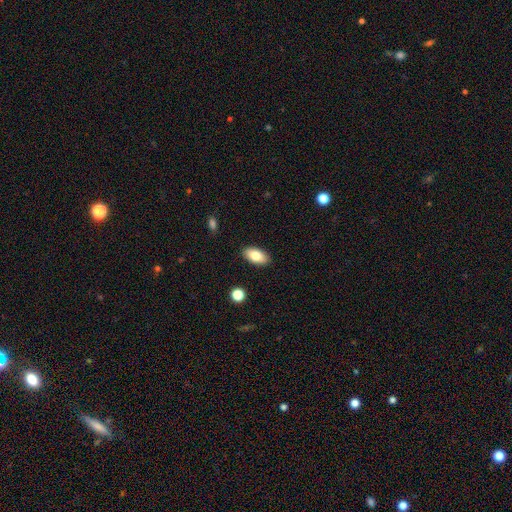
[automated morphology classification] The model was most divided on "smooth or featured": smooth: 81%, featured or disk: 12%, star or artifact: 7%. More confident: how rounded — in between (93%); merging — none (89%).